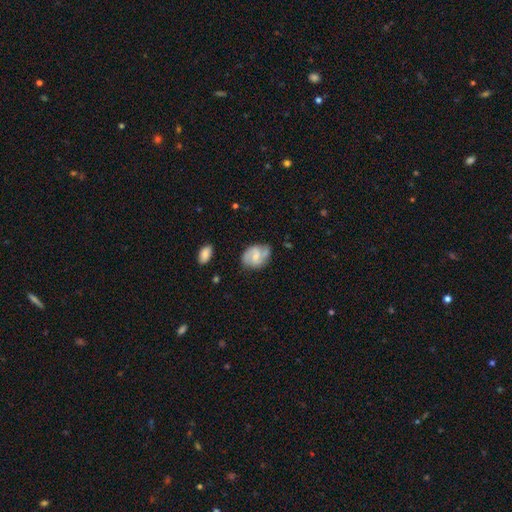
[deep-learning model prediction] featured or disk 56%, smooth 37%, star or artifact 7%. Down the decision tree: edge-on disk — no (97%); bar — weak (50%); spiral arms — yes (85%); bulge size — small (43%); merging — none (62%).